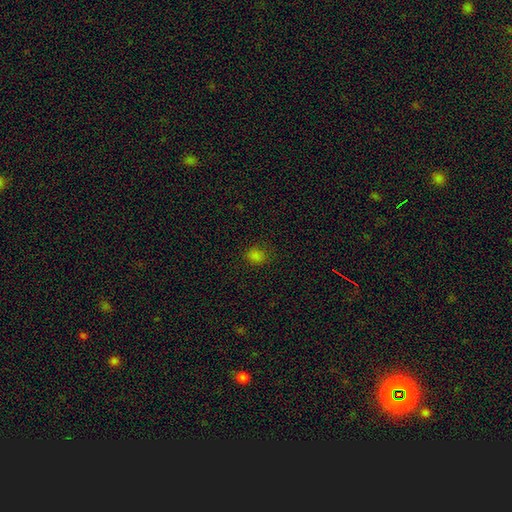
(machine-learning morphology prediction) Smooth or featured? smooth (78%)
How rounded? round (66%)
Merging? none (83%)